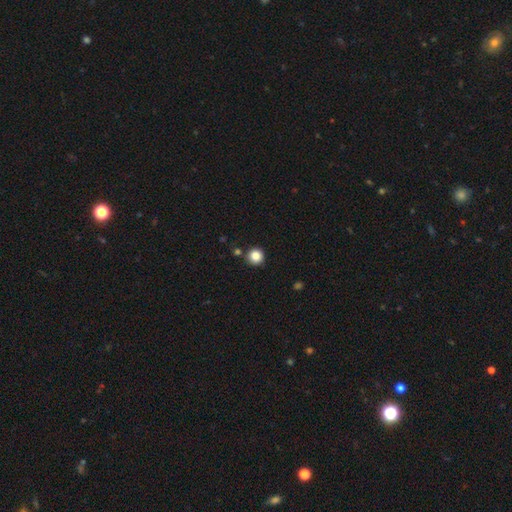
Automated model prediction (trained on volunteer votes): Smooth or featured?
  - smooth: 85% *
  - star or artifact: 11%
  - featured or disk: 4%
How rounded?
  - round: 95% *
  - in between: 4%
  - cigar-shaped: 1%
Merging?
  - none: 86% *
  - minor disturbance: 7%
  - merger: 5%
  - major disturbance: 2%